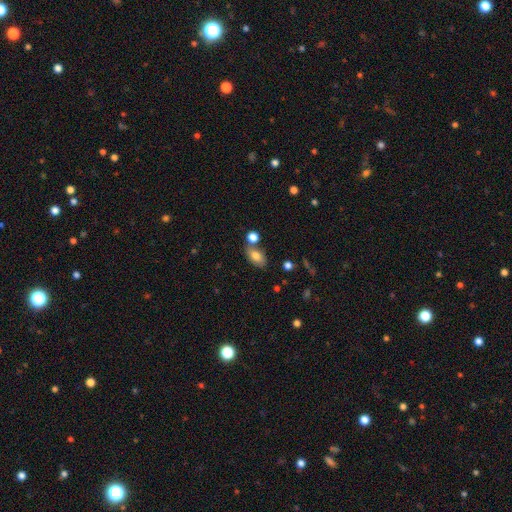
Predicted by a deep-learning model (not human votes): Smooth or featured? smooth (77%)
How rounded? in between (88%)
Merging? none (65%)